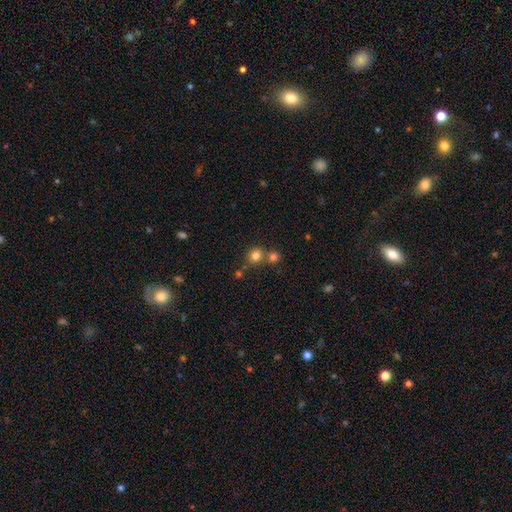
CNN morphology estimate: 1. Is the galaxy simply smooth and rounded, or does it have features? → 79% smooth, 14% star or artifact, 7% featured or disk.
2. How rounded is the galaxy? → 90% round, 9% in between, 1% cigar-shaped.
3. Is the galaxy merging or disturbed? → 64% none, 26% merger, 7% minor disturbance, 3% major disturbance.